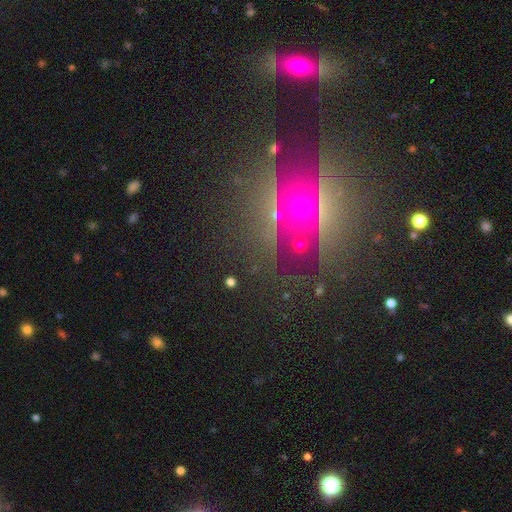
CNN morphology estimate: Overall: star or artifact (50%; featured or disk 35%).